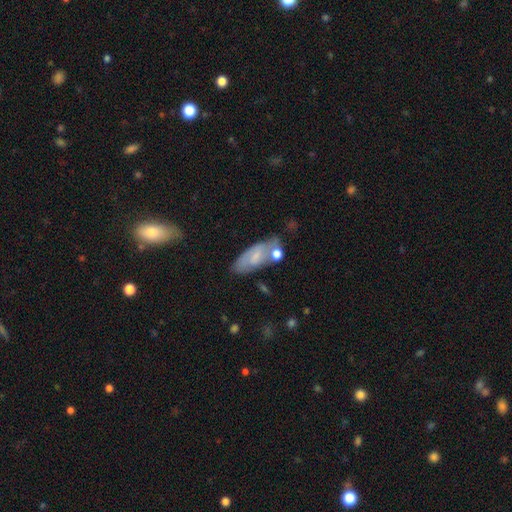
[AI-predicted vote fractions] smooth_or_featured: smooth (p=0.54) [alt: featured or disk p=0.38]
how_rounded: in between (p=0.78) [alt: cigar-shaped p=0.19]
merging: none (p=0.55) [alt: minor disturbance p=0.23]